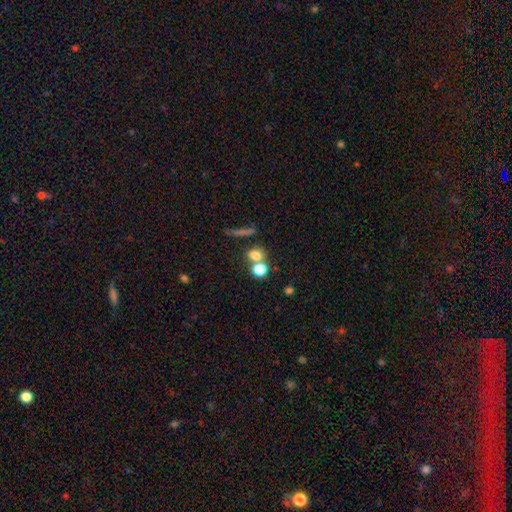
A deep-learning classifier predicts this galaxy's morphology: Smooth or featured? Predicted: smooth (p=0.74). How rounded? Predicted: round (p=0.68). Merging? Predicted: none (p=0.49).